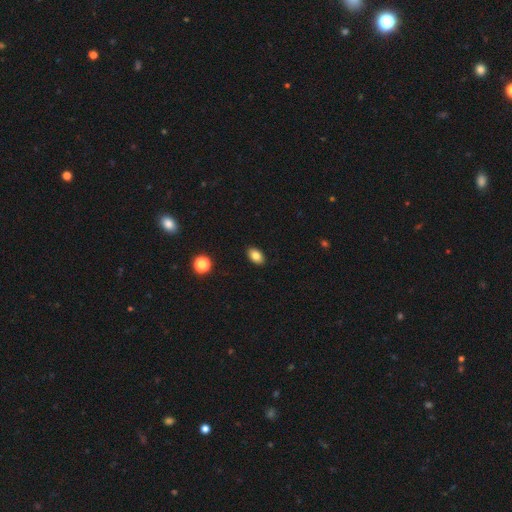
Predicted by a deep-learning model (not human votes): Smooth or featured? Predicted: smooth (p=0.83). How rounded? Predicted: in between (p=0.88). Merging? Predicted: none (p=0.90).